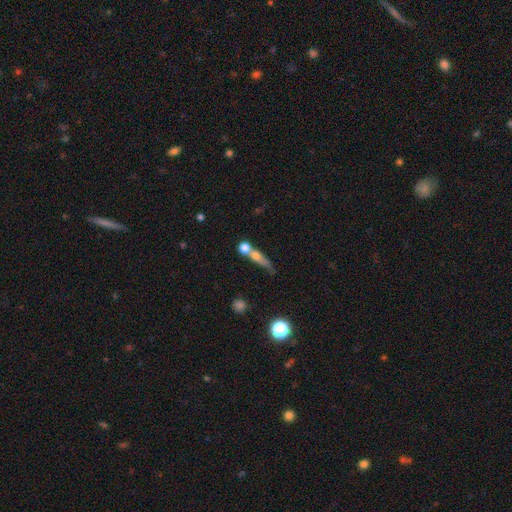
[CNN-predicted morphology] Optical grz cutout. It shows a smooth galaxy with no disk features (56%) that is cigar-shaped (44%). Merging: merger (49%).